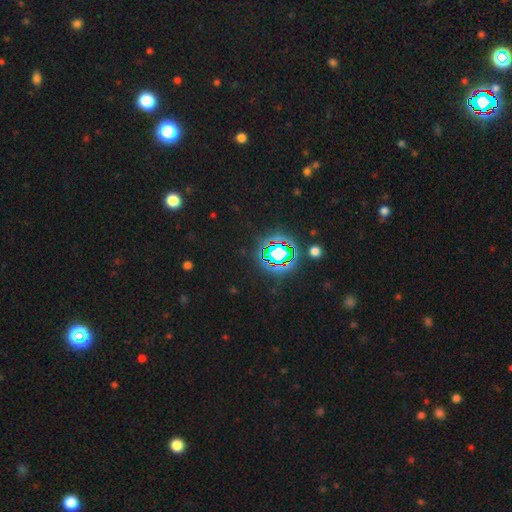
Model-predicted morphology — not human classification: star or artifact 81%, smooth 12%, featured or disk 7%.